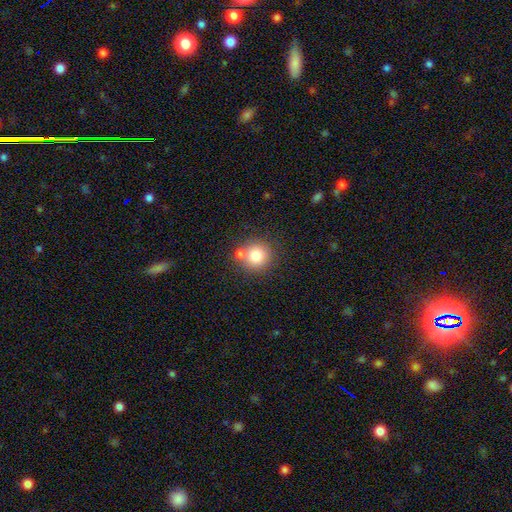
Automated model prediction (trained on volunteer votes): A smooth galaxy with no disk features (80%) that is round (91%).

Vote fractions:
- Smooth or featured? smooth: 80% / star or artifact: 10% / featured or disk: 9%
- How rounded? round: 91% / in between: 8% / cigar-shaped: 1%
- Merging? none: 69% / merger: 18% / minor disturbance: 10% / major disturbance: 3%